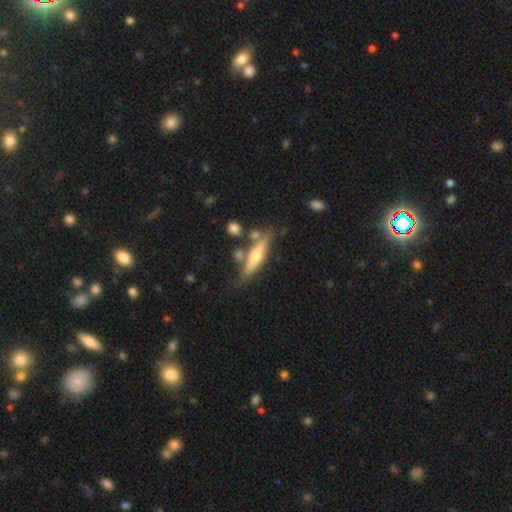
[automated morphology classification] smooth_or_featured: featured or disk (p=0.48) [alt: smooth p=0.45]
merging: none (p=0.70) [alt: minor disturbance p=0.15]